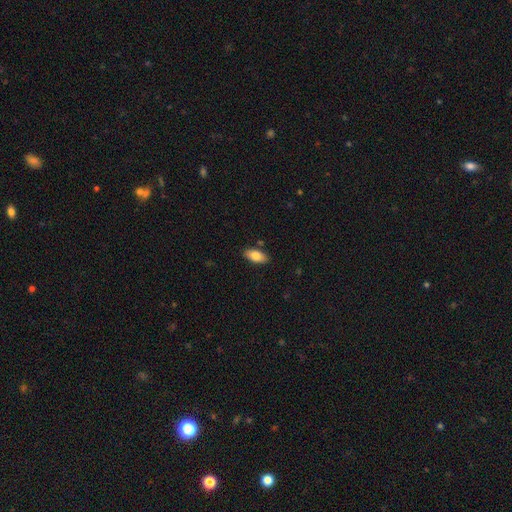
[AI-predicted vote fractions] A smooth galaxy with no disk features (80%) that is in between round and cigar-shaped (90%).

Vote fractions:
- Smooth or featured? smooth: 80% / featured or disk: 13% / star or artifact: 7%
- How rounded? in between: 90% / cigar-shaped: 7% / round: 3%
- Merging? none: 87% / minor disturbance: 10% / merger: 2% / major disturbance: 2%